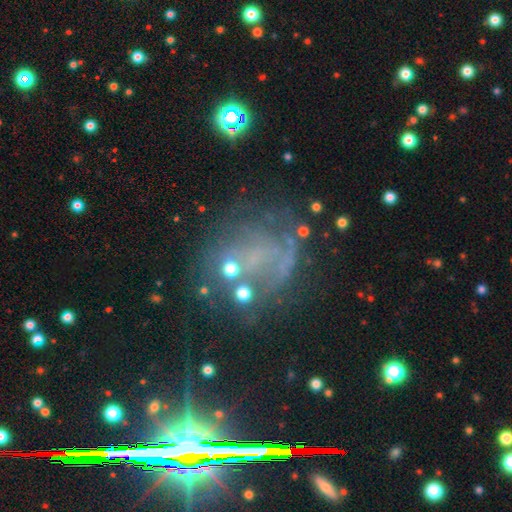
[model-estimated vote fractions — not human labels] Smooth or featured? star or artifact (41%)